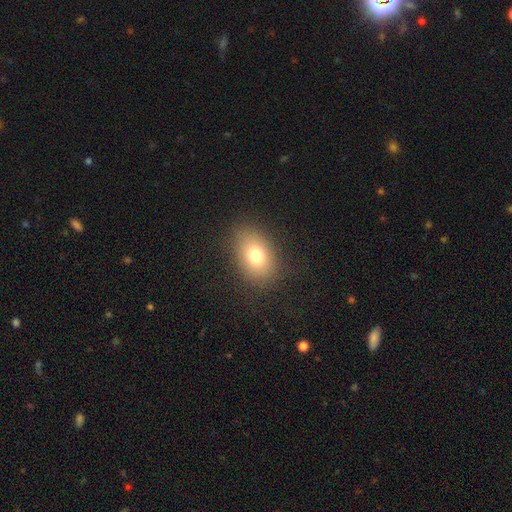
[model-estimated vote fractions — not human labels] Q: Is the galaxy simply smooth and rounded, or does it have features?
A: smooth — 75%.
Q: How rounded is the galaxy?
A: in between — 78%.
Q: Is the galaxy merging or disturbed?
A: none — 84%.